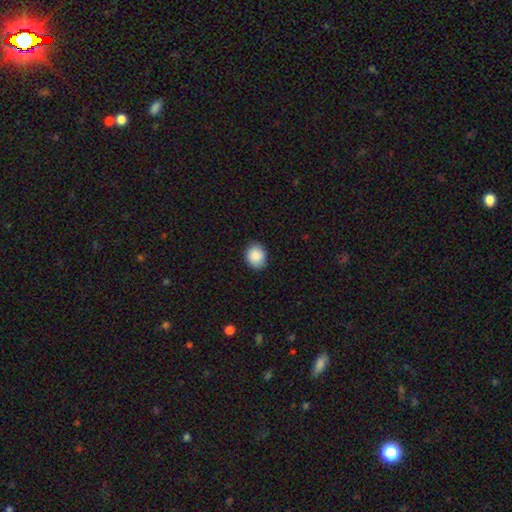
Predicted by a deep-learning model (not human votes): smooth_or_featured: smooth (p=0.89) [alt: star or artifact p=0.07]
how_rounded: round (p=0.65) [alt: in between p=0.34]
merging: none (p=0.87) [alt: minor disturbance p=0.10]